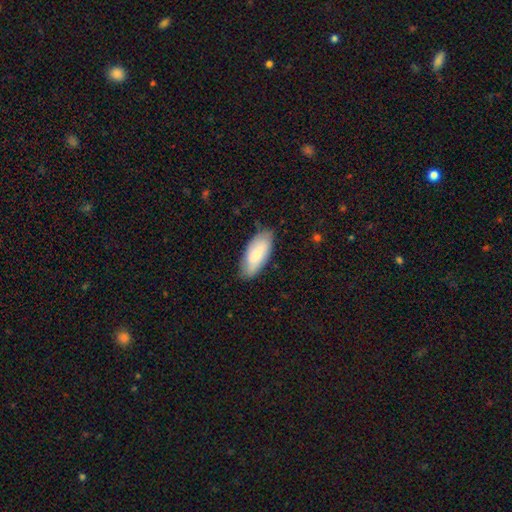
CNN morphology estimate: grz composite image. It shows a smooth galaxy with no disk features (73%) that is in between round and cigar-shaped (85%). Merging: none (78%).